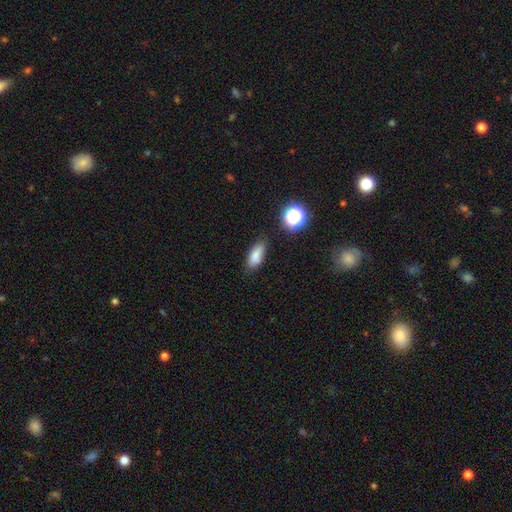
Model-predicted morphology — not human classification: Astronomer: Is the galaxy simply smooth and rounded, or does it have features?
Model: smooth — 79%.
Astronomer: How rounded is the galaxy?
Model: in between — 72%.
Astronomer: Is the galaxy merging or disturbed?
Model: none — 77%.